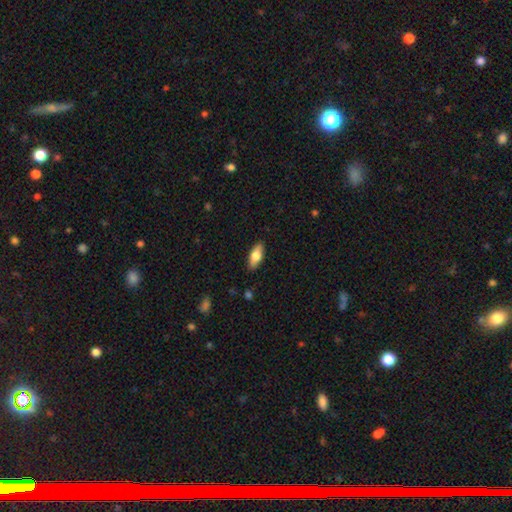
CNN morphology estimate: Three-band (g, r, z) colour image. It shows a smooth galaxy with no disk features (72%) that is in between round and cigar-shaped (81%). Merging: none (88%).